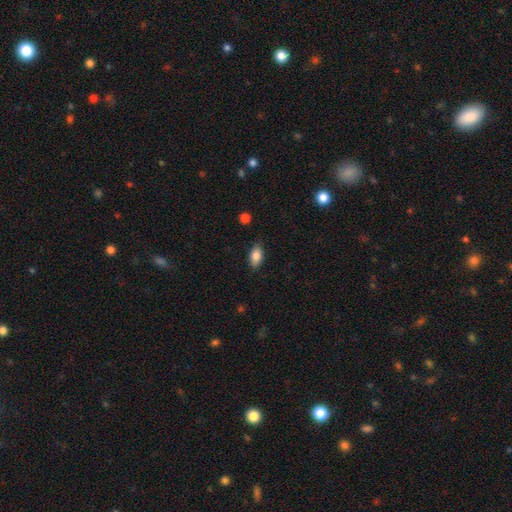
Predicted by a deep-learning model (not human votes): This is clearly a smooth galaxy (83%). How rounded: clearly in between (89%). Merging: clearly none (85%).